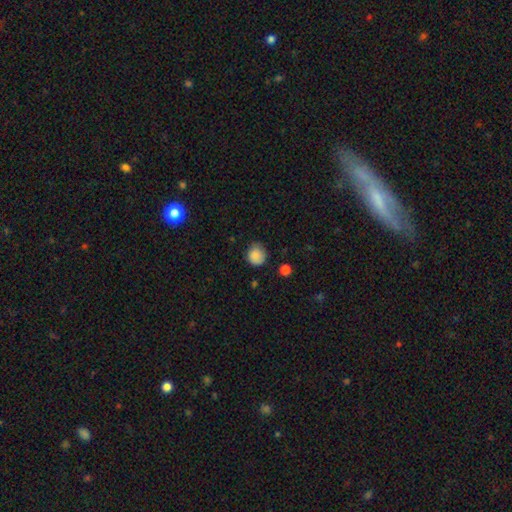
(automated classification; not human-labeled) Morphology: type=smooth (86%); roundness=round (82%); merging=none (69%).